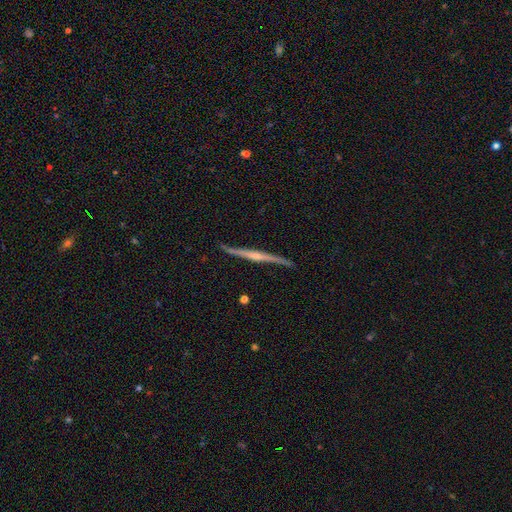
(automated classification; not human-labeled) Smooth or featured?
  - featured or disk: 80% *
  - smooth: 15%
  - star or artifact: 5%
Edge-on disk?
  - yes: 97% *
  - no: 3%
Edge-on bulge?
  - rounded: 60% *
  - none: 28%
  - boxy: 12%
Merging?
  - none: 86% *
  - minor disturbance: 11%
  - major disturbance: 2%
  - merger: 1%